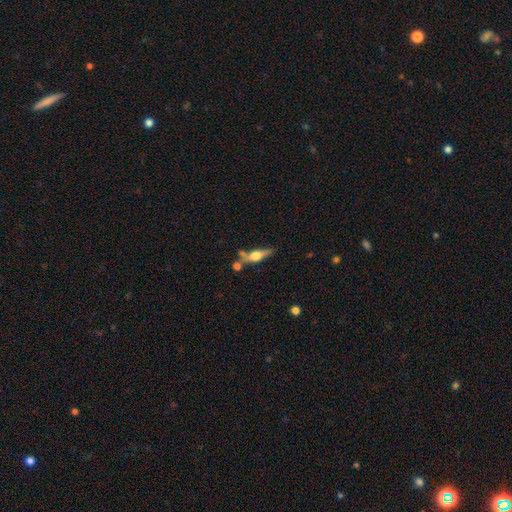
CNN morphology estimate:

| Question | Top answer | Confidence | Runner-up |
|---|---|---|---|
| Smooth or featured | featured or disk | 64% | smooth (29%) |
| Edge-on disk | yes | 93% | no (7%) |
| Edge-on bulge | rounded | 94% | boxy (4%) |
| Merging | none | 66% | merger (15%) |